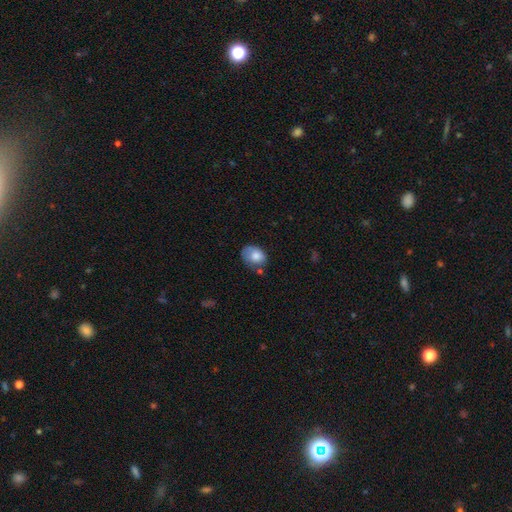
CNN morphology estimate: Overall: smooth (76%). How rounded: in between (65%; round 34%). Merging: none (46%; minor disturbance 33%).